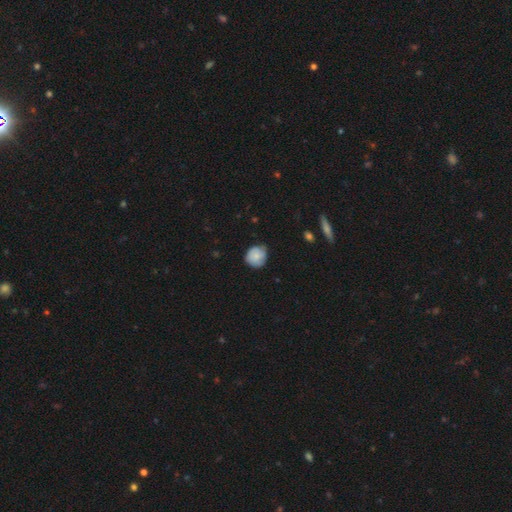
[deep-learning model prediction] Smooth or featured: smooth — 75% (featured or disk — 18%)
How rounded: round — 86% (in between — 13%)
Merging: none — 68% (minor disturbance — 27%)